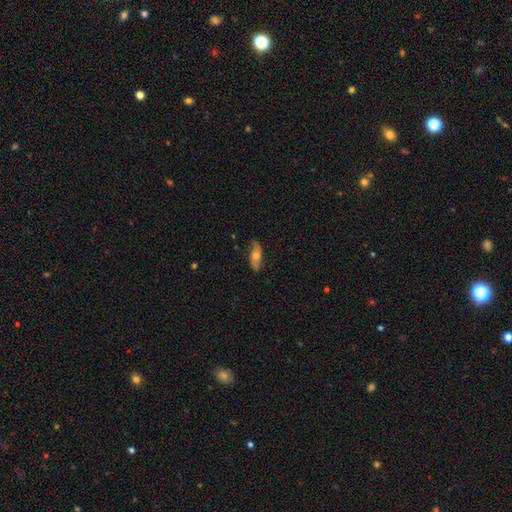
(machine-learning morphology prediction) Overall: featured or disk (50%; smooth 43%). Merging: none (78%).